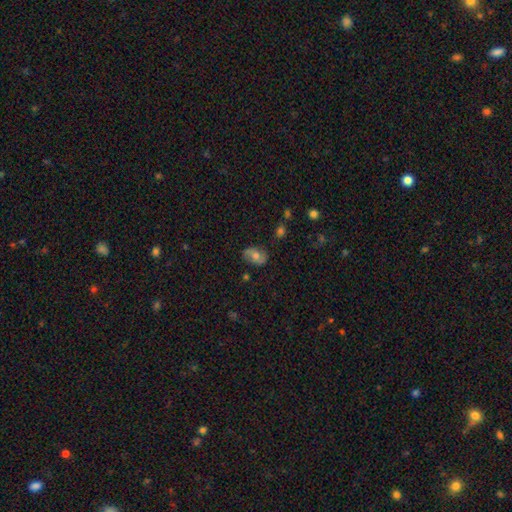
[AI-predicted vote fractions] smooth 58%, featured or disk 33%, star or artifact 9%. Down the decision tree: how rounded — in between (81%); merging — none (74%).